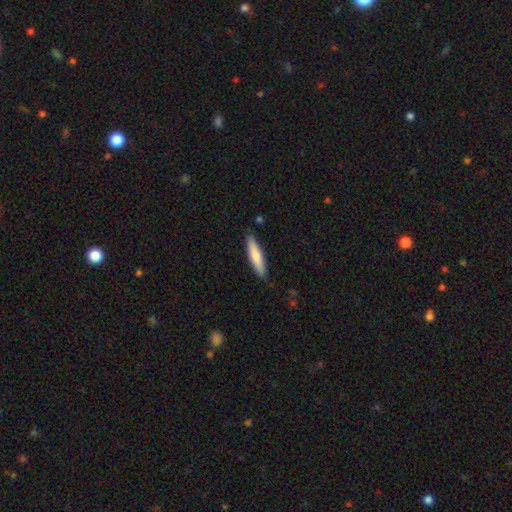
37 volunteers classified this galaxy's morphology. A smooth galaxy with no disk features (86%) that is cigar-shaped (88%). Merging: none (86%).